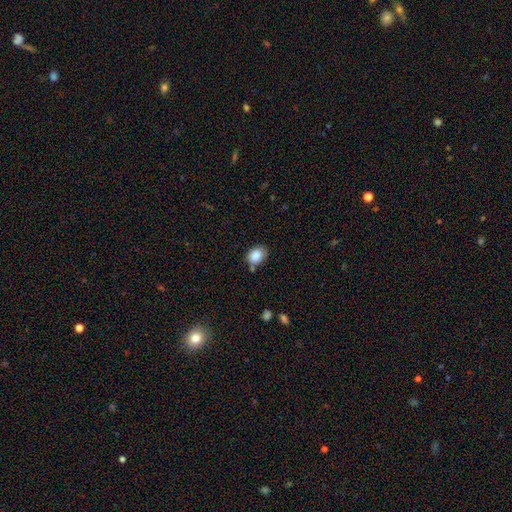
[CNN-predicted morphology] Smooth or featured? Predicted: smooth (p=0.86). How rounded? Predicted: in between (p=0.65). Merging? Predicted: none (p=0.69).